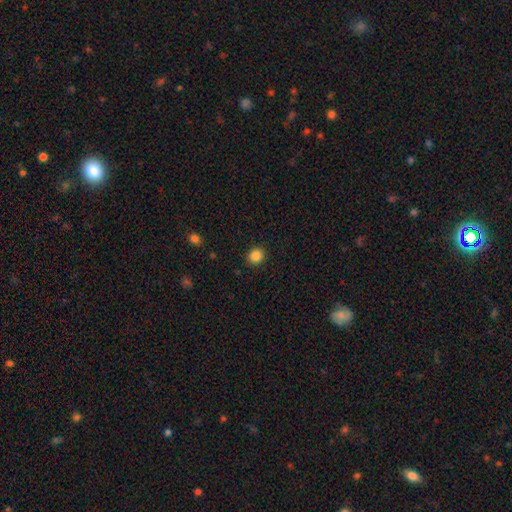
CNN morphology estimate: Smooth or featured?
  - smooth: 86% *
  - star or artifact: 10%
  - featured or disk: 3%
How rounded?
  - round: 84% *
  - in between: 15%
  - cigar-shaped: 1%
Merging?
  - none: 90% *
  - minor disturbance: 7%
  - major disturbance: 2%
  - merger: 1%